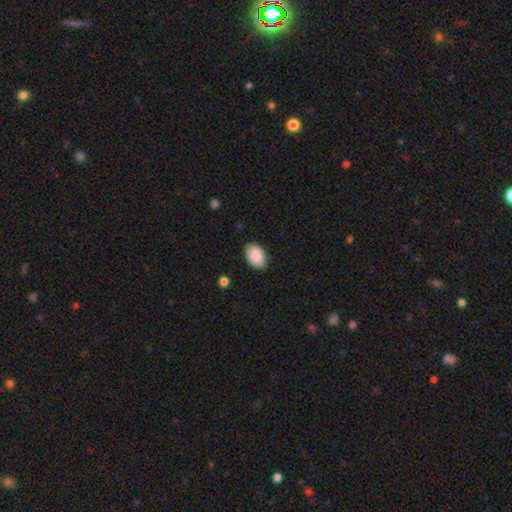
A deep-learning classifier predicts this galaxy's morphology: Smooth or featured? smooth (90%)
How rounded? in between (92%)
Merging? none (85%)